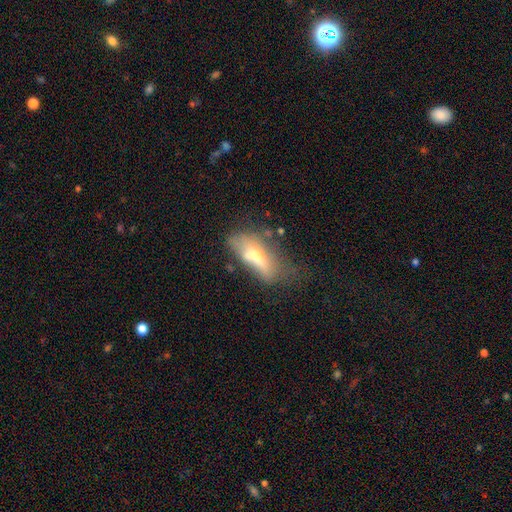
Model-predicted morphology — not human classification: Q: Smooth or featured?
A: smooth (48%); runner-up: featured or disk (41%)
Q: Merging?
A: major disturbance (30%); runner-up: none (28%)